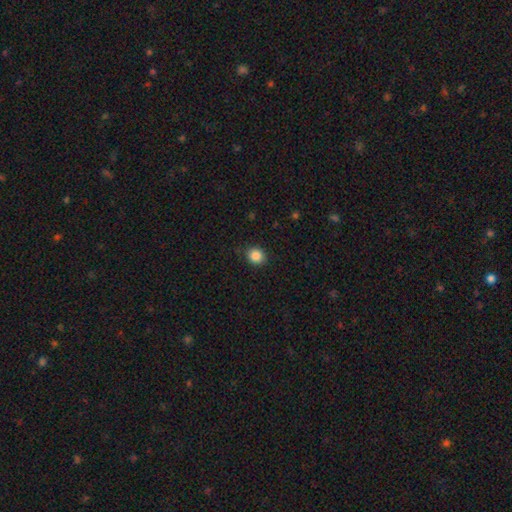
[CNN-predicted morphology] Q: Smooth or featured?
A: smooth (86%); runner-up: star or artifact (10%)
Q: How rounded?
A: round (79%); runner-up: in between (20%)
Q: Merging?
A: none (88%); runner-up: minor disturbance (9%)